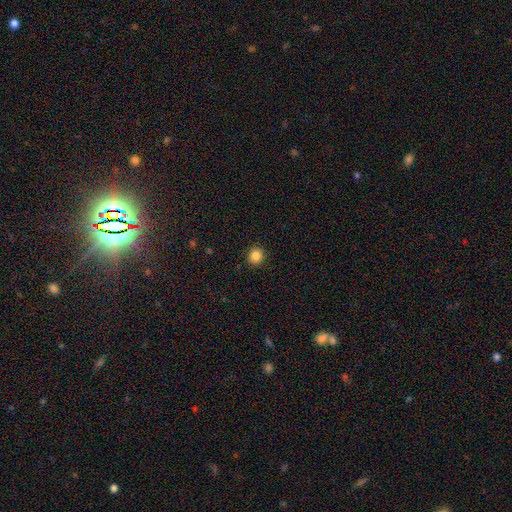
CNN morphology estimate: Smooth or featured?
  - smooth: 86% *
  - star or artifact: 11%
  - featured or disk: 4%
How rounded?
  - round: 88% *
  - in between: 11%
  - cigar-shaped: 1%
Merging?
  - none: 92% *
  - minor disturbance: 6%
  - major disturbance: 2%
  - merger: 1%